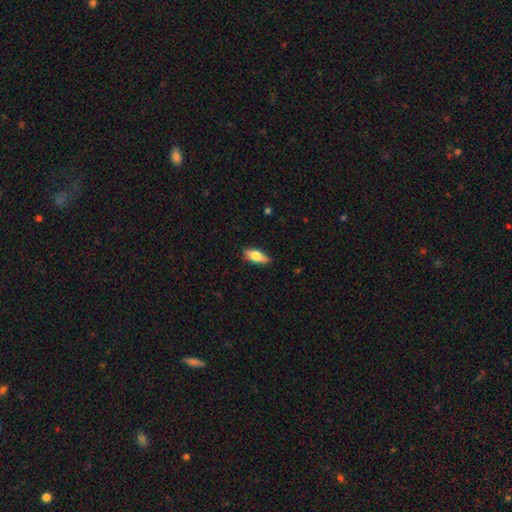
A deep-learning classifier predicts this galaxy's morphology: Smooth or featured: smooth — 61% (featured or disk — 33%)
How rounded: in between — 73% (cigar-shaped — 24%)
Merging: none — 83% (minor disturbance — 14%)